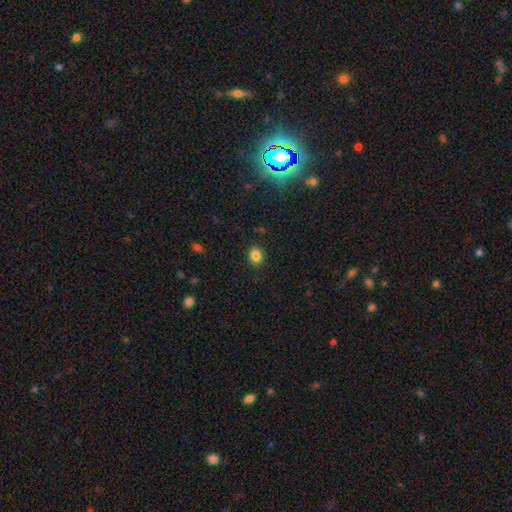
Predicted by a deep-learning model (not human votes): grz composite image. It shows a smooth galaxy with no disk features (84%) that is round (63%). Merging: none (89%).